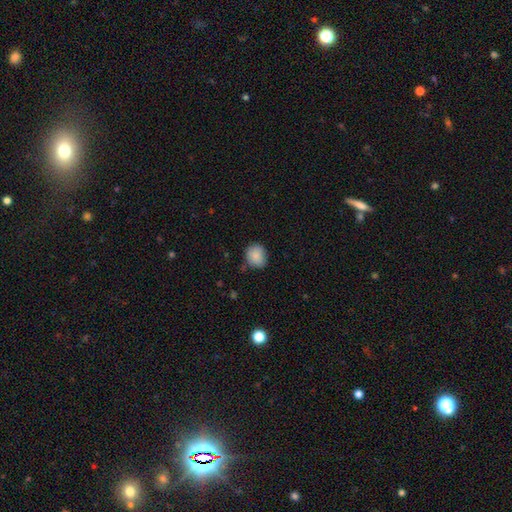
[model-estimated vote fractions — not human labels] Morphology: type=smooth (86%); roundness=round (73%); merging=none (75%).